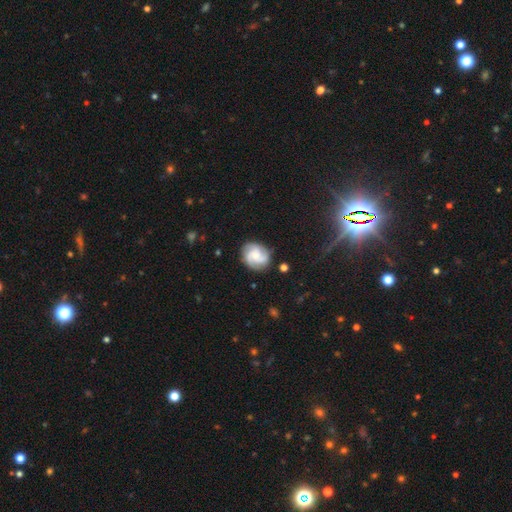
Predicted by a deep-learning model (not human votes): A featured or disk galaxy (74%) with no bar (66%), 3 (63%) medium (45%) spiral arms (97%) and a small central bulge (45%). Merging: none (79%).